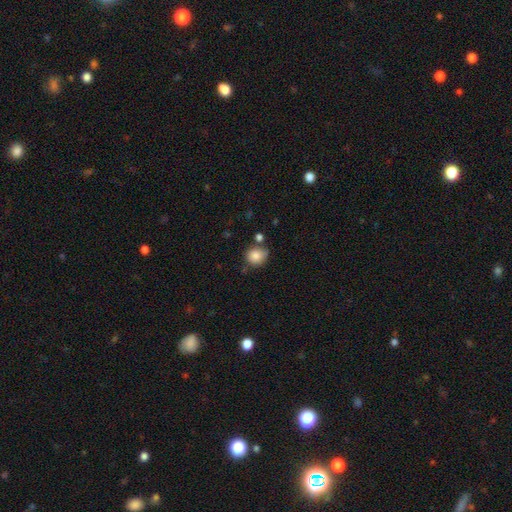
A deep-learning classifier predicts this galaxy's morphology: A smooth galaxy with no disk features (84%) that is round (81%).

Vote fractions:
- Smooth or featured? smooth: 84% / star or artifact: 9% / featured or disk: 7%
- How rounded? round: 81% / in between: 18% / cigar-shaped: 1%
- Merging? none: 66% / minor disturbance: 19% / merger: 11% / major disturbance: 5%